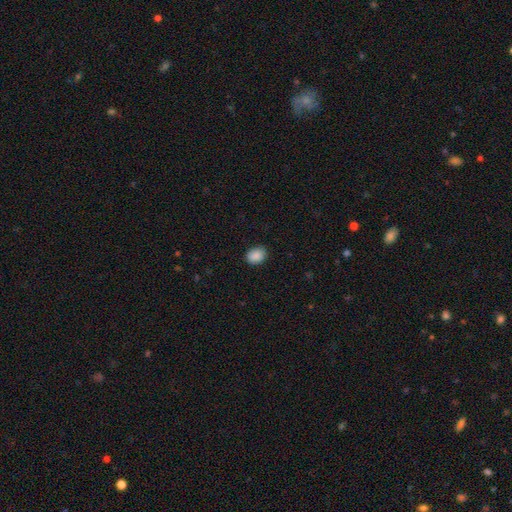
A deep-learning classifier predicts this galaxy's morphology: Q: Smooth or featured?
A: smooth (89%); runner-up: star or artifact (8%)
Q: How rounded?
A: in between (63%); runner-up: round (36%)
Q: Merging?
A: none (84%); runner-up: minor disturbance (13%)